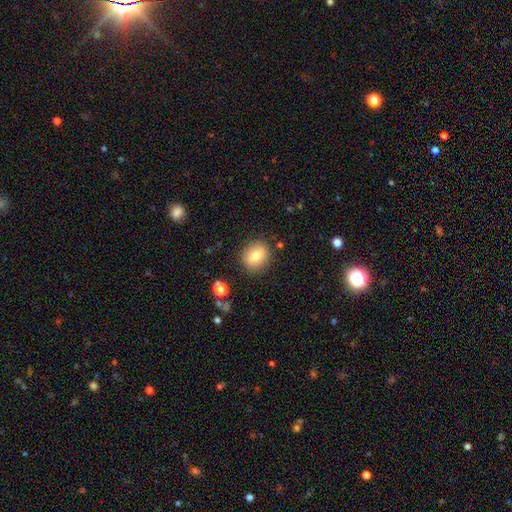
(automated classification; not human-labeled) A smooth galaxy with no disk features (75%) that is round (70%).

Vote fractions:
- Smooth or featured? smooth: 75% / featured or disk: 15% / star or artifact: 10%
- How rounded? round: 70% / in between: 29% / cigar-shaped: 1%
- Merging? none: 85% / minor disturbance: 10% / major disturbance: 3% / merger: 2%